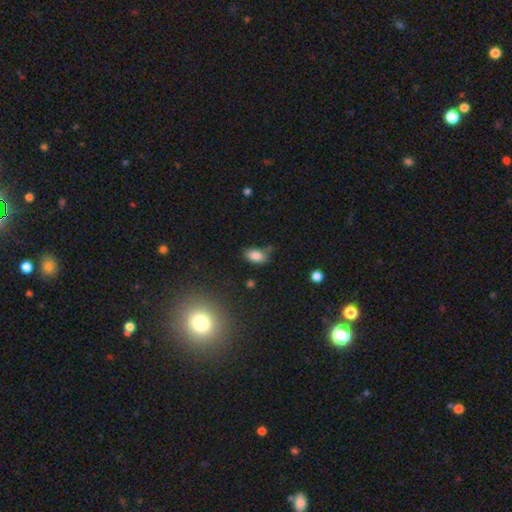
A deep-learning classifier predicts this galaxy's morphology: A smooth galaxy with no disk features (83%) that is in between round and cigar-shaped (90%).

Vote fractions:
- Smooth or featured? smooth: 83% / star or artifact: 10% / featured or disk: 7%
- How rounded? in between: 90% / round: 8% / cigar-shaped: 2%
- Merging? none: 62% / minor disturbance: 24% / merger: 7% / major disturbance: 6%